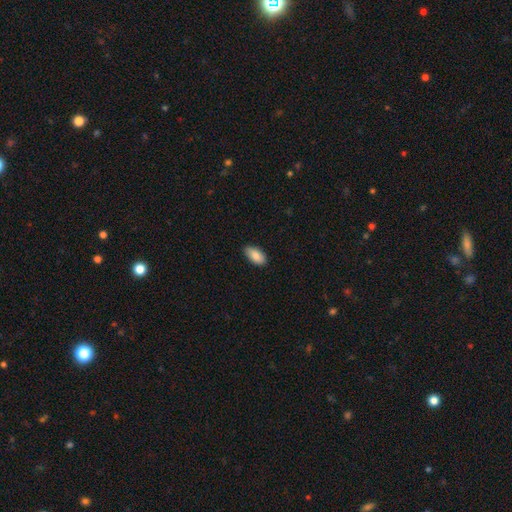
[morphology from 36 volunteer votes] smooth-or-featured: smooth: 86% | featured or disk: 11% | star or artifact: 3%
  how-rounded: in between: 100% | round: 0% | cigar-shaped: 0%
  merging: none: 86% | minor disturbance: 14% | major disturbance: 0% | merger: 0%